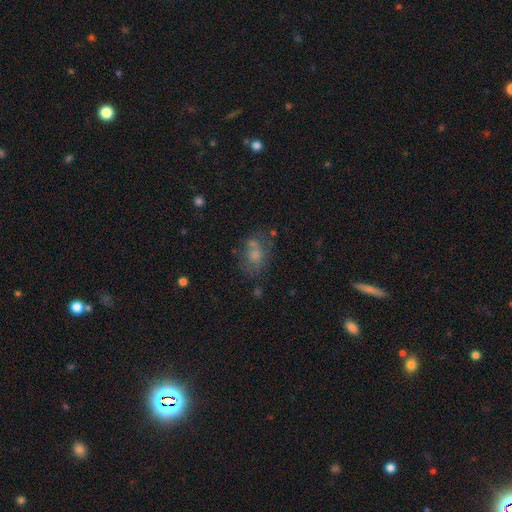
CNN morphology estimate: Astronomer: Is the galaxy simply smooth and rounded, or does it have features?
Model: smooth — 58%.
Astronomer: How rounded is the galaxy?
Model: in between — 63%.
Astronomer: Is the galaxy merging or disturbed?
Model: none — 54%.